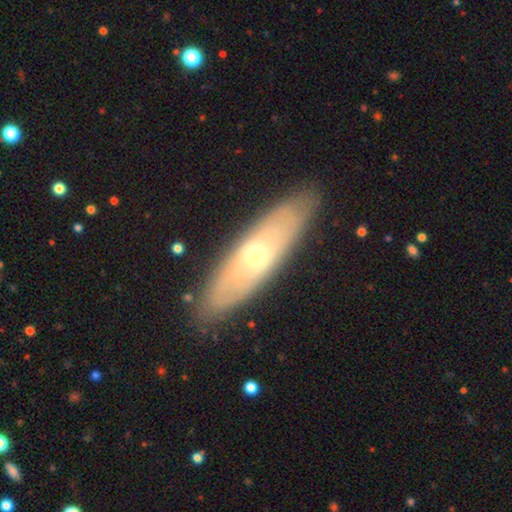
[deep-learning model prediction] Q: Smooth or featured?
A: featured or disk (51%); runner-up: smooth (42%)
Q: Edge-on disk?
A: no (57%); runner-up: yes (43%)
Q: Merging?
A: none (87%); runner-up: minor disturbance (10%)